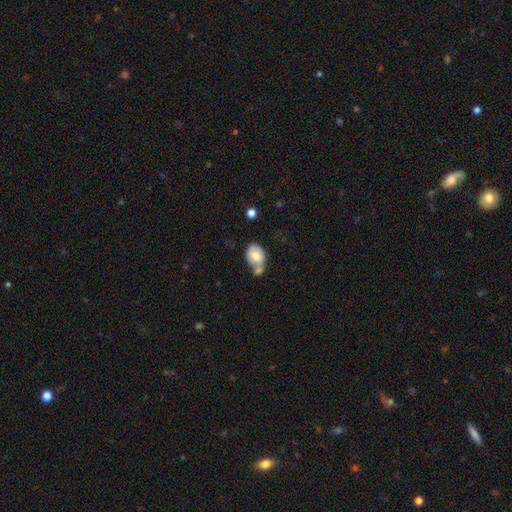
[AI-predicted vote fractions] Overall: smooth (72%). How rounded: in between (75%). Merging: merger (43%; none 35%).